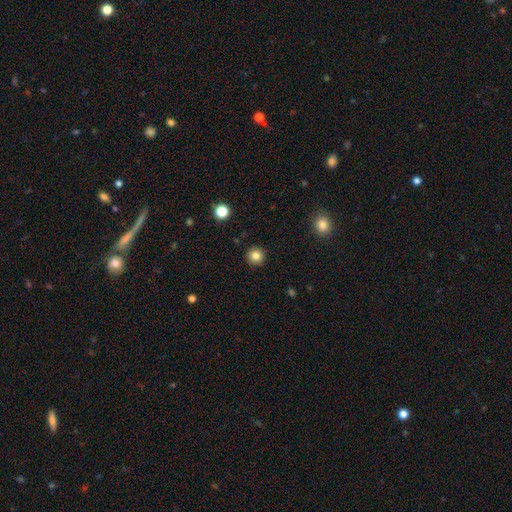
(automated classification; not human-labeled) A smooth galaxy with no disk features (83%) that is round (95%). Merging: none (92%).